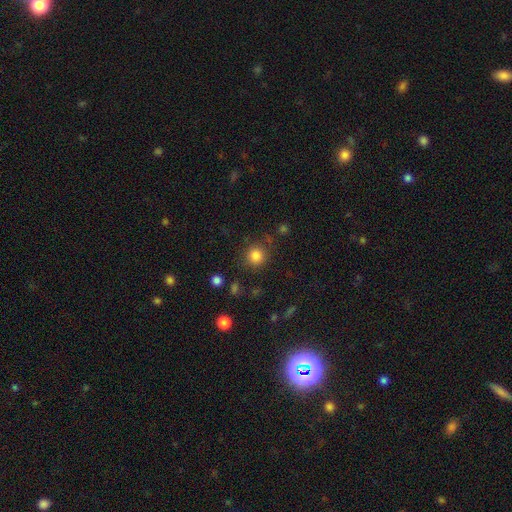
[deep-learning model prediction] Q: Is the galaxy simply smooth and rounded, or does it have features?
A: smooth — 84%.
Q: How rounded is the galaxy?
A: round — 92%.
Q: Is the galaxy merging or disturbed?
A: none — 83%.